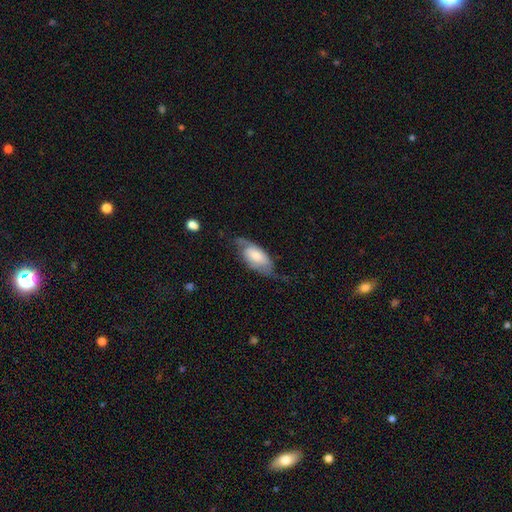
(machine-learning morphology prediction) featured or disk 55%, smooth 39%, star or artifact 7%. Down the decision tree: edge-on disk — no (88%); merging — none (51%).